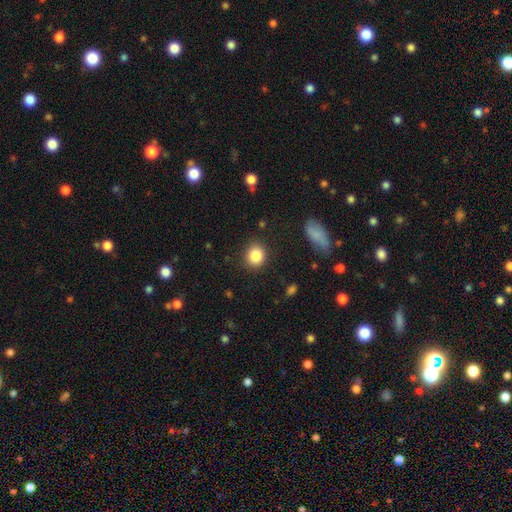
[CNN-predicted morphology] smooth_or_featured: smooth (p=0.86) [alt: star or artifact p=0.09]
how_rounded: round (p=0.75) [alt: in between p=0.24]
merging: none (p=0.87) [alt: minor disturbance p=0.09]